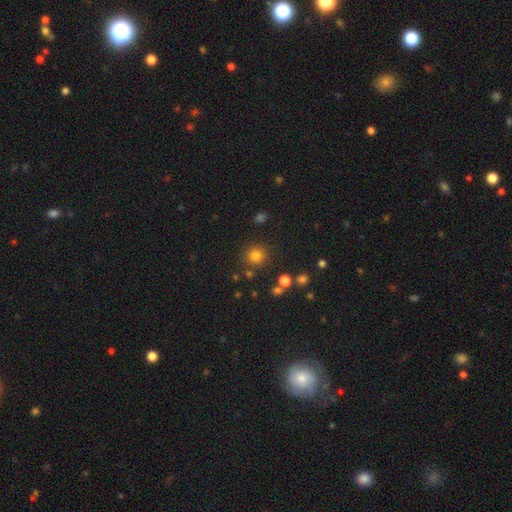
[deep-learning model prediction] smooth-or-featured: smooth: 79% | star or artifact: 15% | featured or disk: 6%
  how-rounded: round: 91% | in between: 8% | cigar-shaped: 1%
  merging: none: 84% | minor disturbance: 8% | merger: 4% | major disturbance: 3%